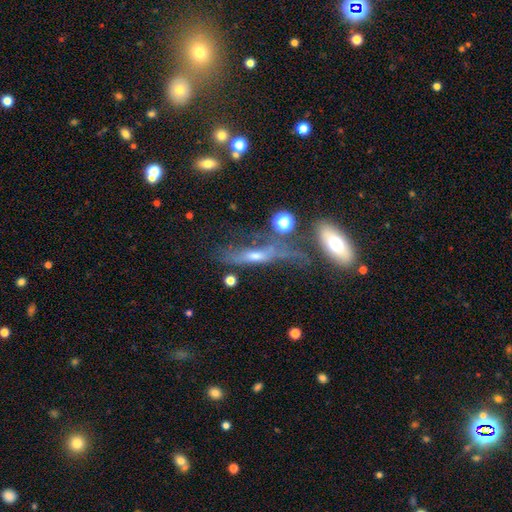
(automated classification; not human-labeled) Smooth or featured?
  - featured or disk: 52% *
  - smooth: 33%
  - star or artifact: 15%
Edge-on disk?
  - yes: 63% *
  - no: 37%
Merging?
  - none: 38% *
  - major disturbance: 25%
  - minor disturbance: 21%
  - merger: 17%